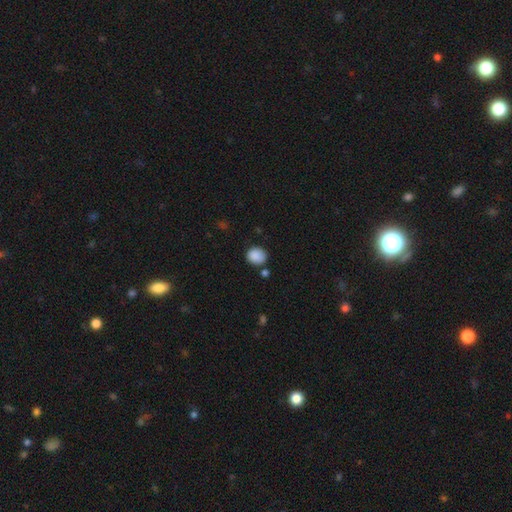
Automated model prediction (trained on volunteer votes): The model was most divided on "how rounded": round: 73%, in between: 26%, cigar-shaped: 1%. More confident: smooth or featured — smooth (88%); merging — none (76%).